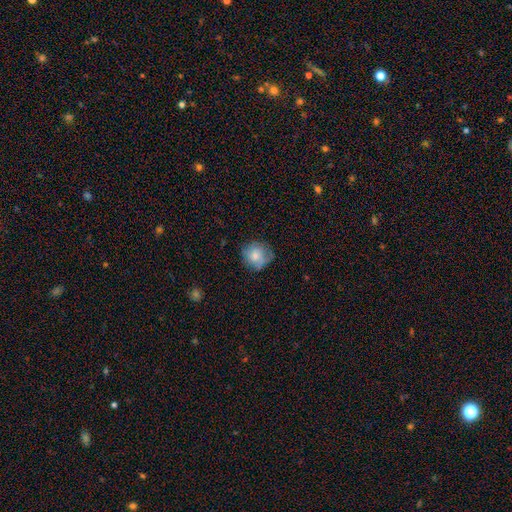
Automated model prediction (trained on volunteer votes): A smooth galaxy with no disk features (72%) that is round (84%). Merging: none (65%).